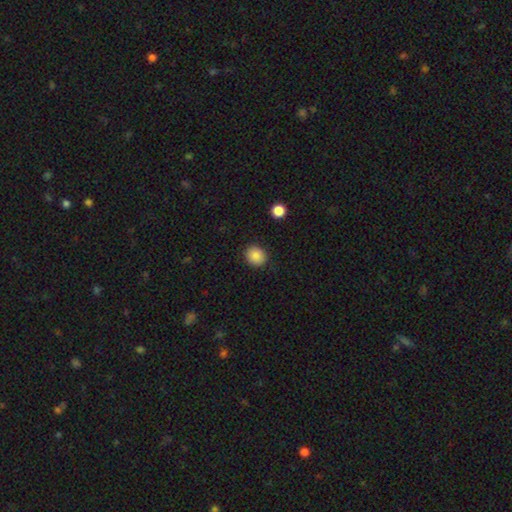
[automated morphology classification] Overall: smooth (87%). How rounded: round (78%). Merging: none (90%).